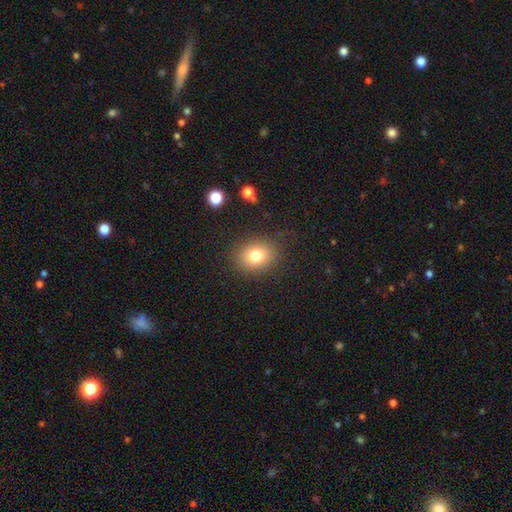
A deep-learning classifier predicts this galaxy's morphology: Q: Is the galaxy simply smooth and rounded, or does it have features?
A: smooth — 78%.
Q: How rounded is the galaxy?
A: in between — 50%.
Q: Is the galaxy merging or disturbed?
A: none — 85%.